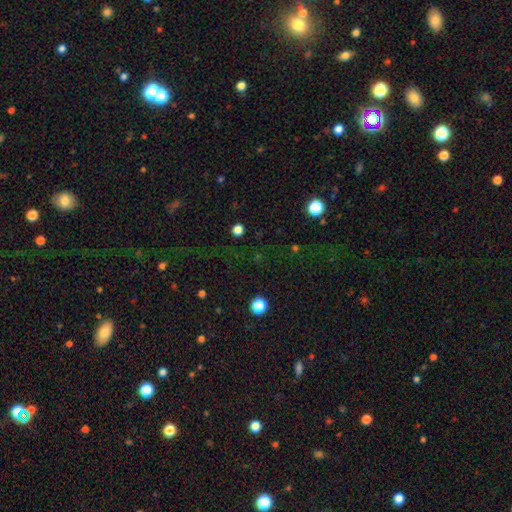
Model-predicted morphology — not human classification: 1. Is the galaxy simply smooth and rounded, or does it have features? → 71% star or artifact, 20% smooth, 9% featured or disk.